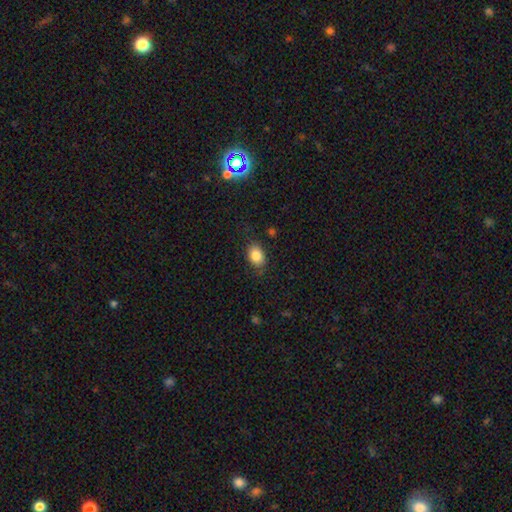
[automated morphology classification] type=smooth (85%); roundness=in between (76%); merging=none (80%).